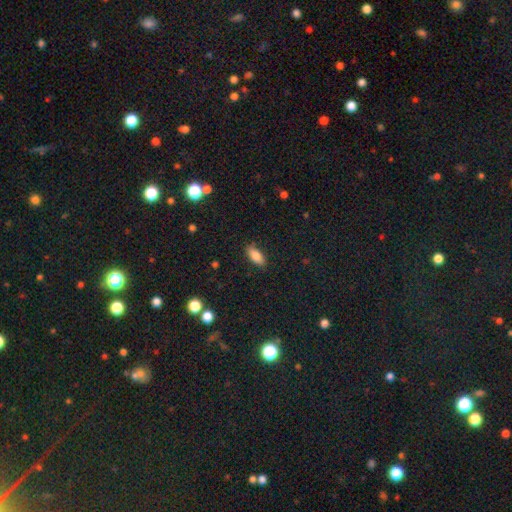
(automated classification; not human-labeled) This is clearly a smooth galaxy (85%). How rounded: clearly in between (86%). Merging: clearly none (85%).